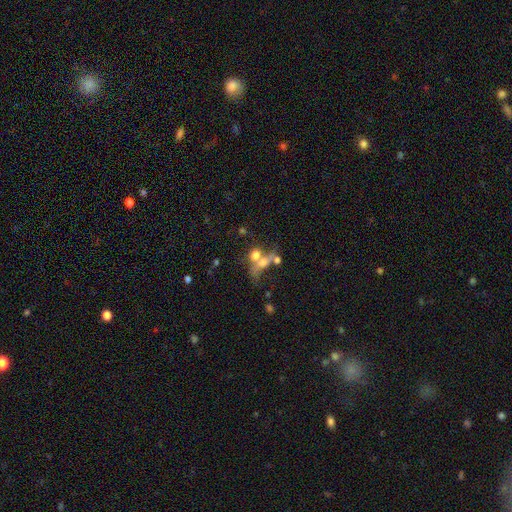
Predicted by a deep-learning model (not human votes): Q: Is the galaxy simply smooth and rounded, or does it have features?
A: smooth — 55%.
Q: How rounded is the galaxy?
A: in between — 54%.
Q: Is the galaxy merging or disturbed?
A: merger — 55%.